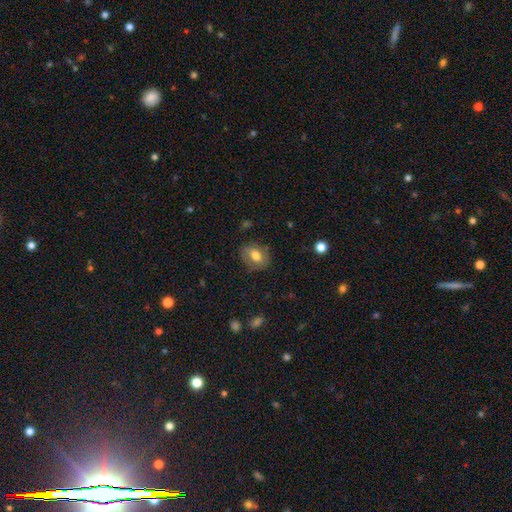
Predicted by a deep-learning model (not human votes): This is likely a smooth galaxy (67%). How rounded: possibly in between (59%). Merging: likely none (75%).